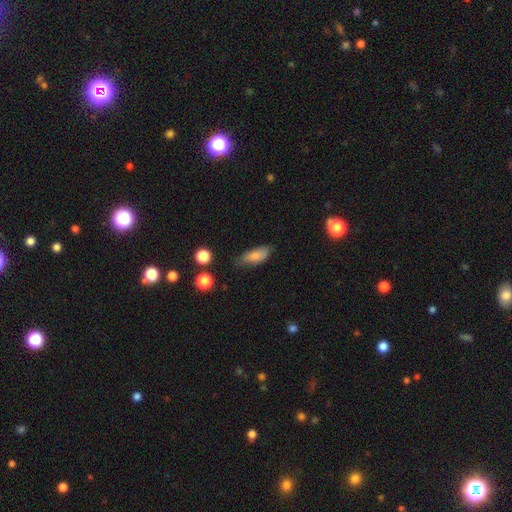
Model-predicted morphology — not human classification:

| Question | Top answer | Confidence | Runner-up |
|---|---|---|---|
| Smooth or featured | smooth | 78% | featured or disk (14%) |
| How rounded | in between | 81% | cigar-shaped (16%) |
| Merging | none | 61% | minor disturbance (30%) |